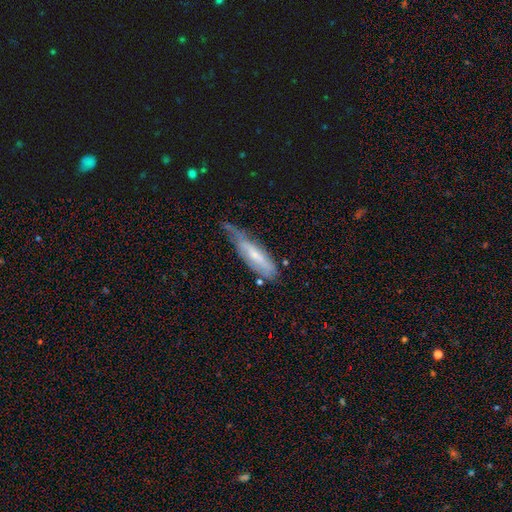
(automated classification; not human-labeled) smooth_or_featured: featured or disk (p=0.50) [alt: smooth p=0.43]
disk_edge_on: no (p=0.55) [alt: yes p=0.45]
merging: minor disturbance (p=0.41) [alt: none p=0.38]